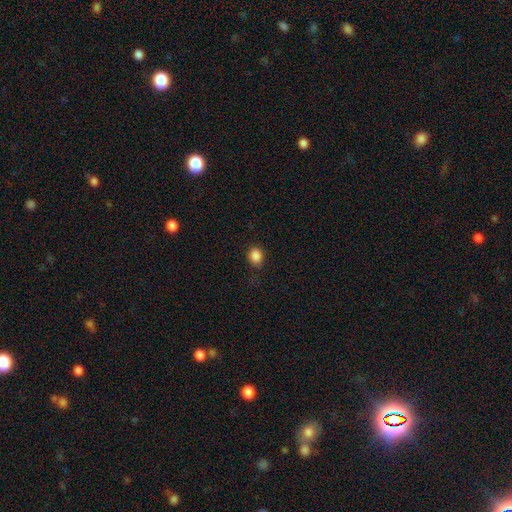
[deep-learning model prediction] The model was most divided on "how rounded": round: 65%, in between: 34%, cigar-shaped: 1%. More confident: smooth or featured — smooth (86%); merging — none (81%).